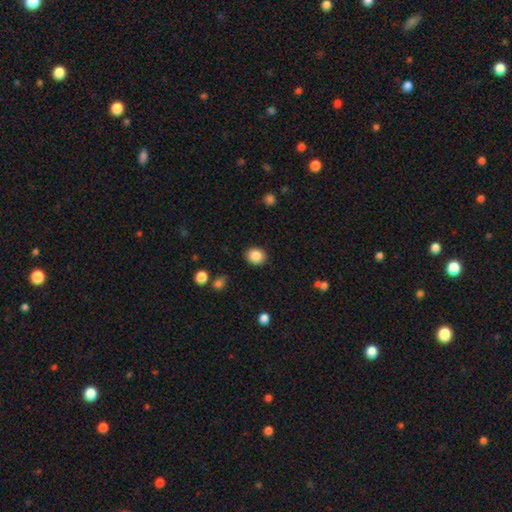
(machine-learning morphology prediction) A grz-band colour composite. It shows a smooth galaxy with no disk features (86%) that is round (72%). Merging: none (89%).